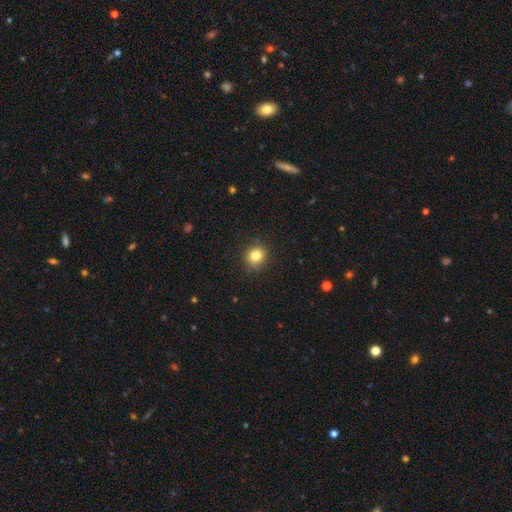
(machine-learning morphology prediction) smooth 81%, star or artifact 12%, featured or disk 7%. Down the decision tree: how rounded — round (85%); merging — none (83%).